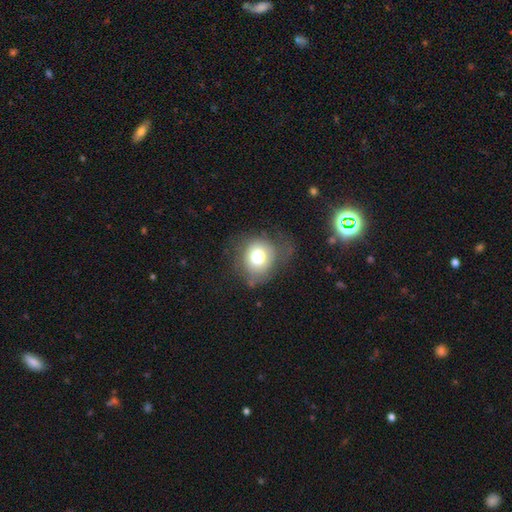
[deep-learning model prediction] smooth-or-featured: smooth: 71% | featured or disk: 18% | star or artifact: 11%
  how-rounded: round: 77% | in between: 22% | cigar-shaped: 1%
  merging: none: 59% | minor disturbance: 24% | major disturbance: 15% | merger: 2%